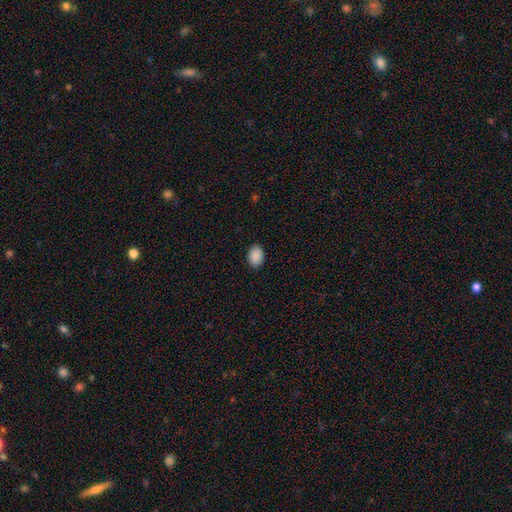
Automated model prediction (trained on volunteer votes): This is clearly a smooth galaxy (90%). How rounded: likely in between (78%). Merging: clearly none (89%).